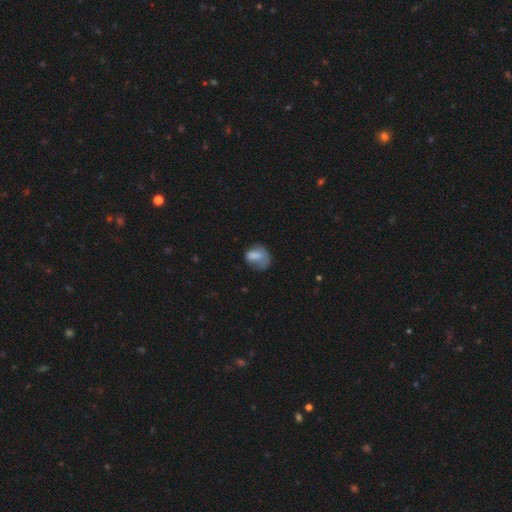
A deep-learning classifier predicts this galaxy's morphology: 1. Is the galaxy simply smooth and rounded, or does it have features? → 71% smooth, 20% featured or disk, 10% star or artifact.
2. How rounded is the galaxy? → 58% in between, 40% round, 2% cigar-shaped.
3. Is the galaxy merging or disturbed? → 34% major disturbance (tied), 34% none (tied), 29% minor disturbance, 3% merger.